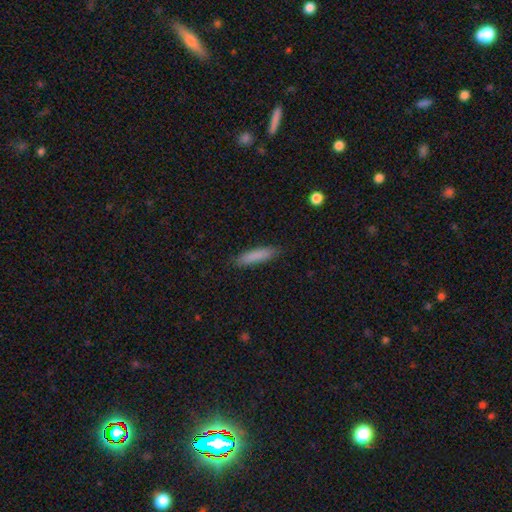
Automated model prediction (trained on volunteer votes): Smooth or featured? Predicted: smooth (p=0.85). How rounded? Predicted: cigar-shaped (p=0.81). Merging? Predicted: none (p=0.87).